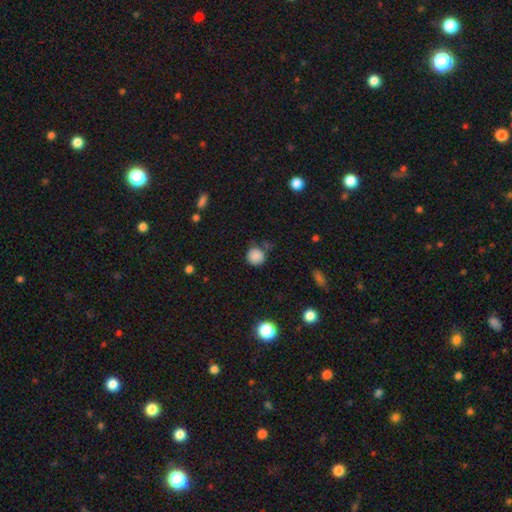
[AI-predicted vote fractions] Q: Smooth or featured?
A: smooth (85%); runner-up: star or artifact (11%)
Q: How rounded?
A: round (92%); runner-up: in between (7%)
Q: Merging?
A: none (75%); runner-up: minor disturbance (15%)